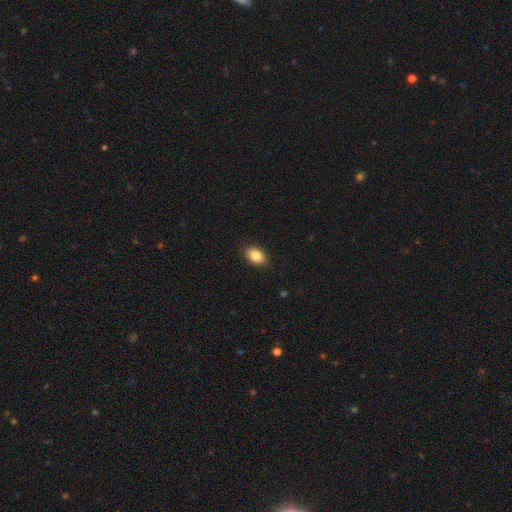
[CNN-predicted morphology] smooth_or_featured: smooth (p=0.85) [alt: star or artifact p=0.08]
how_rounded: in between (p=0.85) [alt: round p=0.13]
merging: none (p=0.89) [alt: minor disturbance p=0.08]